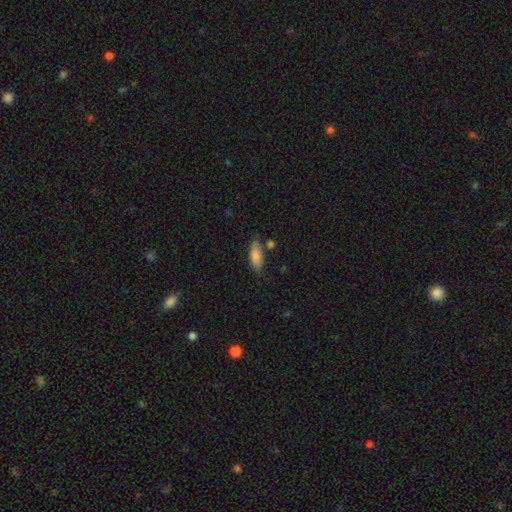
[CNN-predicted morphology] A smooth galaxy with no disk features (81%) that is in between round and cigar-shaped (77%). Merging: none (70%).